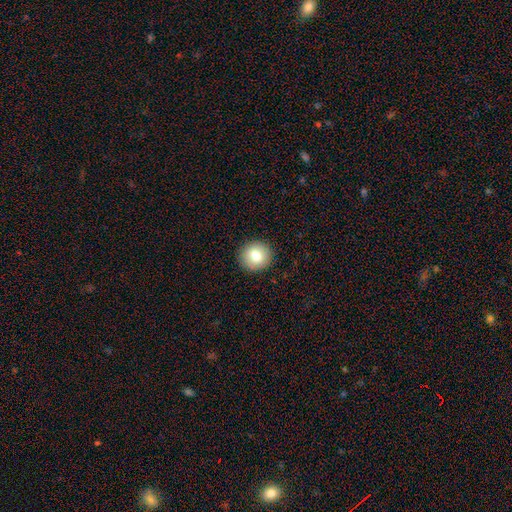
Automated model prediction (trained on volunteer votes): Smooth or featured? smooth (80%)
How rounded? round (88%)
Merging? none (92%)